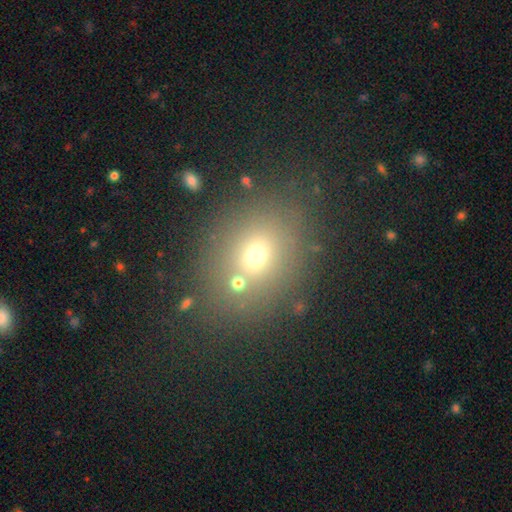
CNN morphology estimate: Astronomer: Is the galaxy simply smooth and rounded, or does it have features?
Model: smooth — 63%.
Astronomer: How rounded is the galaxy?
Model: round — 51% (runner-up: in between, 47%).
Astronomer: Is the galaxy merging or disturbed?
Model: none — 72%.